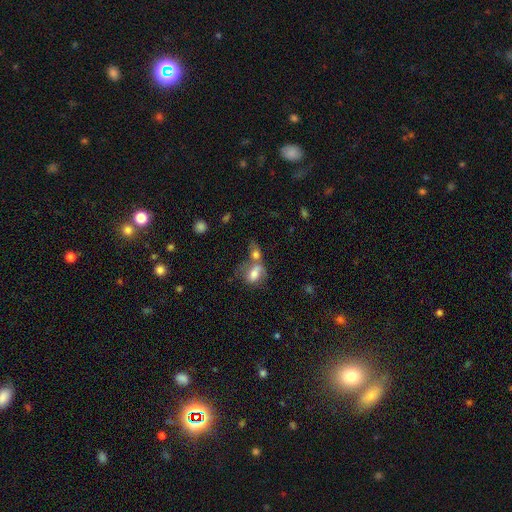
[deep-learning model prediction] Overall: smooth (56%; featured or disk 27%). How rounded: in between (65%; round 30%). Merging: merger (54%; none 26%).